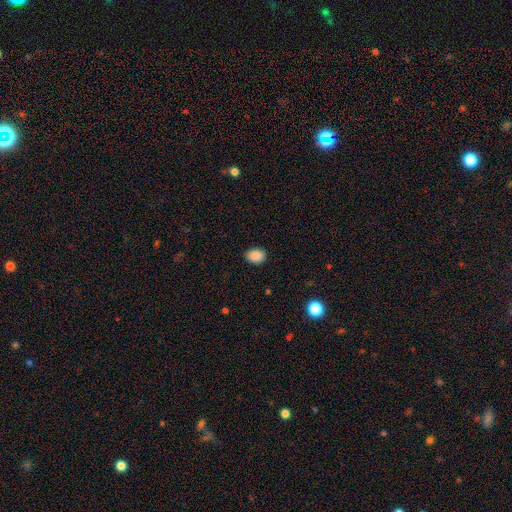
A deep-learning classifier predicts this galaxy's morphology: Smooth or featured: smooth — 88% (star or artifact — 8%)
How rounded: in between — 72% (round — 27%)
Merging: none — 86% (minor disturbance — 11%)